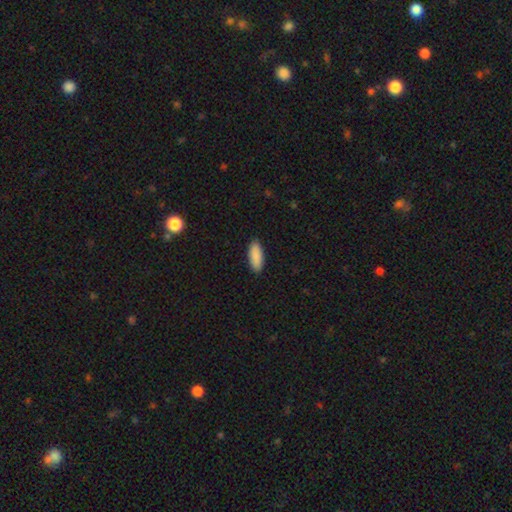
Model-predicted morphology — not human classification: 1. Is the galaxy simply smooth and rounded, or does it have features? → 90% smooth, 6% star or artifact, 4% featured or disk.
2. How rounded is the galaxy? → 77% in between, 22% cigar-shaped, 2% round.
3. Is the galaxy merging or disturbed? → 89% none, 8% minor disturbance, 2% major disturbance, 1% merger.